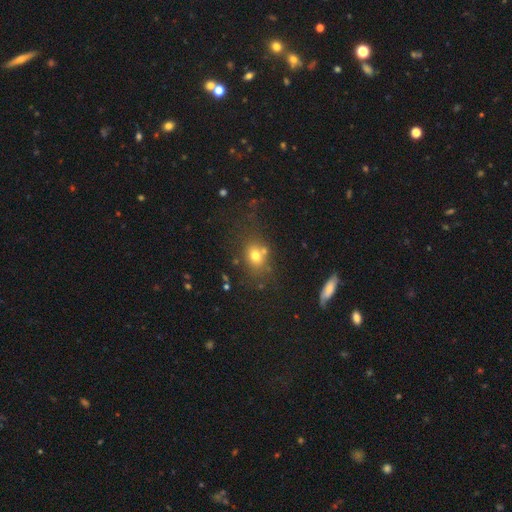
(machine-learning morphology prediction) This is likely a smooth galaxy (70%). How rounded: possibly round (52%). Merging: likely none (63%).